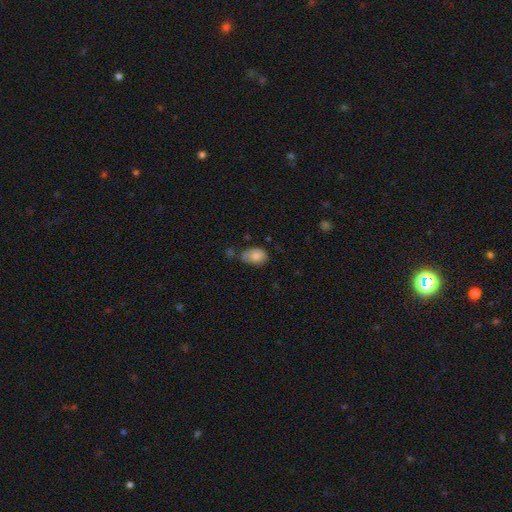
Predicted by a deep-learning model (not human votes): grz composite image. It shows a smooth galaxy with no disk features (81%) that is in between round and cigar-shaped (86%). Merging: none (50%).